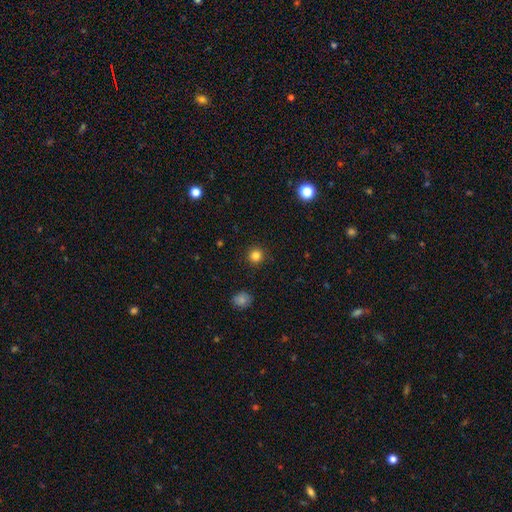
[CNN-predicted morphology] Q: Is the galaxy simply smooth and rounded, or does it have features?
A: smooth — 83%.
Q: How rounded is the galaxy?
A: round — 94%.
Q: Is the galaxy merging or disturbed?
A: none — 91%.